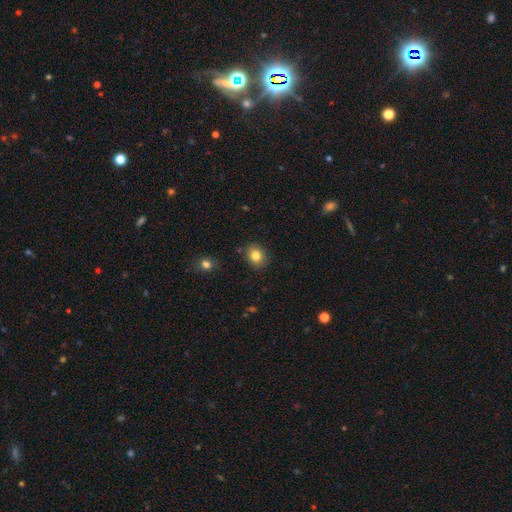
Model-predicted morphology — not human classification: This appears to be a smooth galaxy with no disk features (81%) that is round (68%). Merging: none (86%).